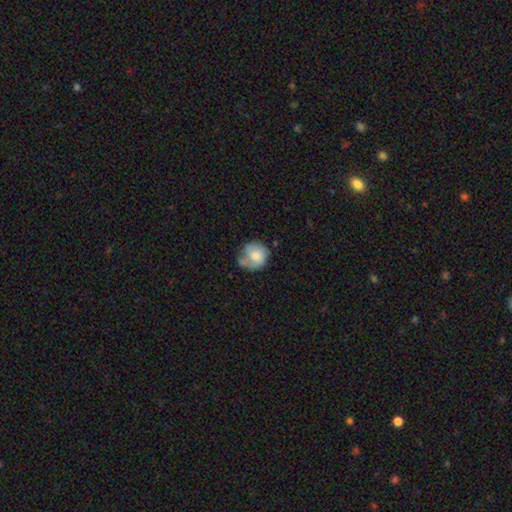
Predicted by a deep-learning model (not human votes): The model was most divided on "merging": none: 43%, minor disturbance: 32%, major disturbance: 20%, merger: 6%. More confident: how rounded — round (80%); smooth or featured — smooth (60%).